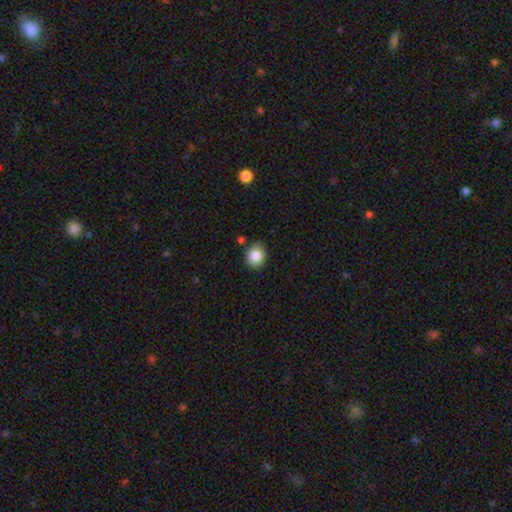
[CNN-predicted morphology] smooth-or-featured: smooth: 84% | star or artifact: 9% | featured or disk: 6%
  how-rounded: round: 75% | in between: 24% | cigar-shaped: 1%
  merging: none: 82% | minor disturbance: 12% | merger: 4% | major disturbance: 2%